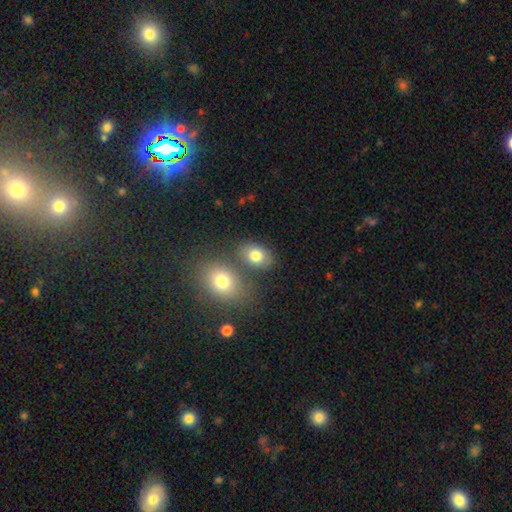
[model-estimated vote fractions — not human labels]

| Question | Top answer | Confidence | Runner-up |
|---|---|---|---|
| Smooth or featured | smooth | 78% | featured or disk (12%) |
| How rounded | in between | 72% | round (27%) |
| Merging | none | 63% | merger (20%) |